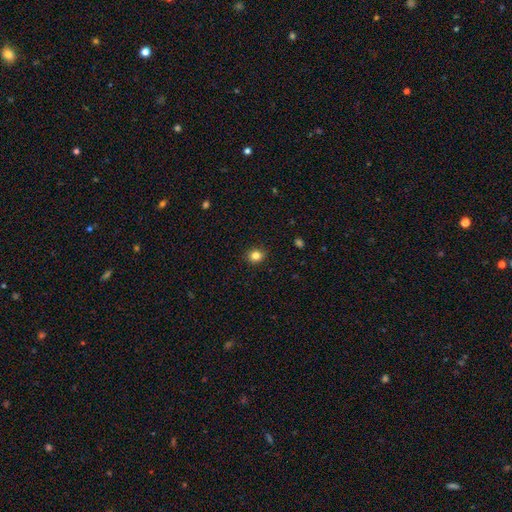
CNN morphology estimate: A smooth galaxy with no disk features (83%) that is round (77%). Merging: none (91%).